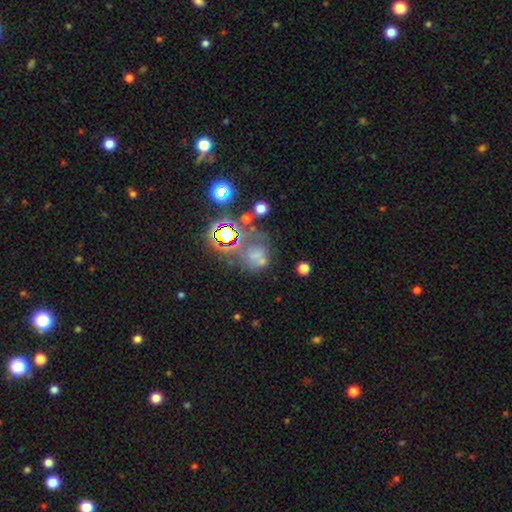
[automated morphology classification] This appears to be a smooth galaxy with no disk features (44%). Merging: none (39%).